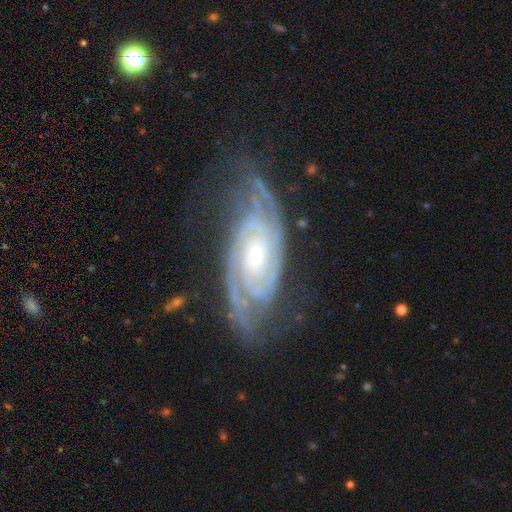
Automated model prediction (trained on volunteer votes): Morphology: type=featured or disk (92%); edge-on=no (96%); bar=no (60%); spiral arms=yes (99%); winding=tight (73%); arm count=2 (64%); bulge=small (62%); merging=none (71%).